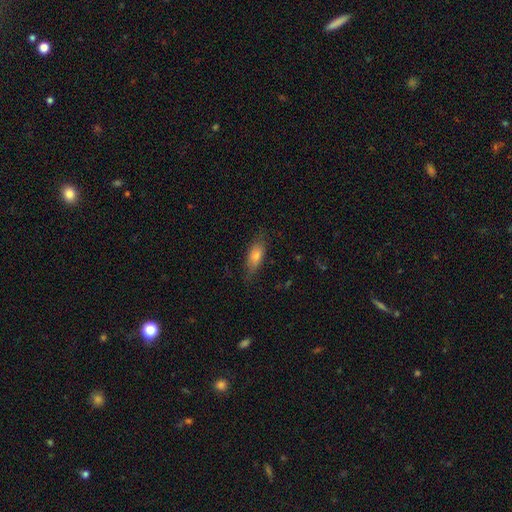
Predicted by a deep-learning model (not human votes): Smooth or featured? smooth (71%)
How rounded? in between (65%)
Merging? none (77%)